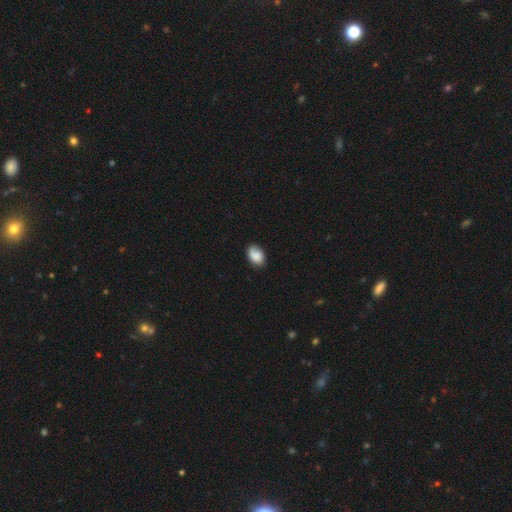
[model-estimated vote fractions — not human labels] A smooth galaxy with no disk features (80%) that is in between round and cigar-shaped (81%).

Vote fractions:
- Smooth or featured? smooth: 80% / featured or disk: 13% / star or artifact: 7%
- How rounded? in between: 81% / round: 18% / cigar-shaped: 1%
- Merging? none: 71% / minor disturbance: 23% / major disturbance: 5% / merger: 2%